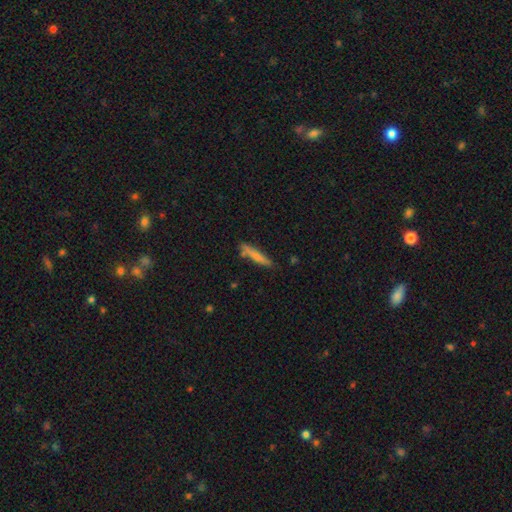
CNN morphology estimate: A smooth galaxy with no disk features (72%) that is cigar-shaped (92%). Merging: none (77%).